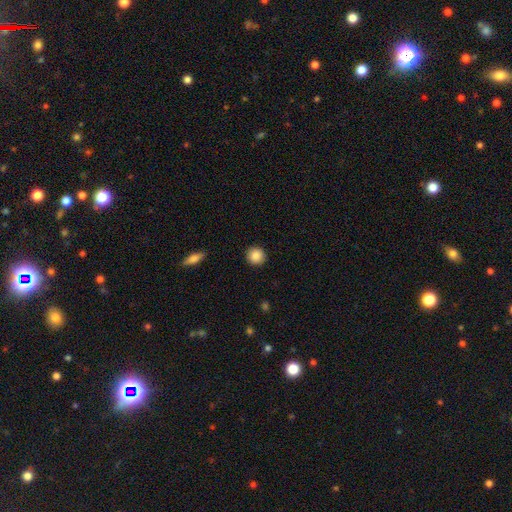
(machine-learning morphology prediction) smooth-or-featured: smooth: 88% | star or artifact: 8% | featured or disk: 4%
  how-rounded: round: 93% | in between: 6% | cigar-shaped: 1%
  merging: none: 92% | minor disturbance: 5% | major disturbance: 2% | merger: 1%